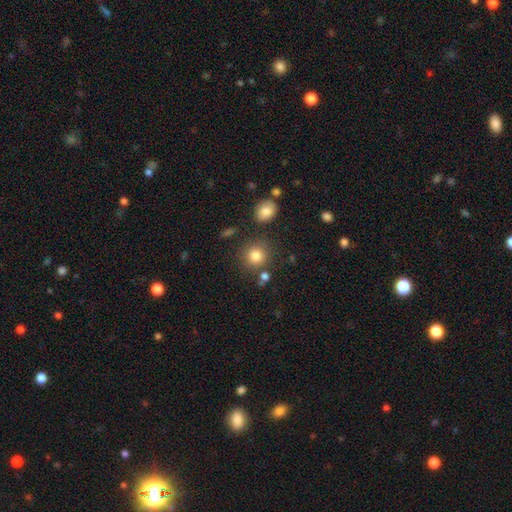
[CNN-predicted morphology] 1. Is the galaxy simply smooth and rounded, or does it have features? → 82% smooth, 11% star or artifact, 7% featured or disk.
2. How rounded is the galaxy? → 89% round, 10% in between, 1% cigar-shaped.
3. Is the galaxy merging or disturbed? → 80% none, 9% minor disturbance, 7% merger, 4% major disturbance.